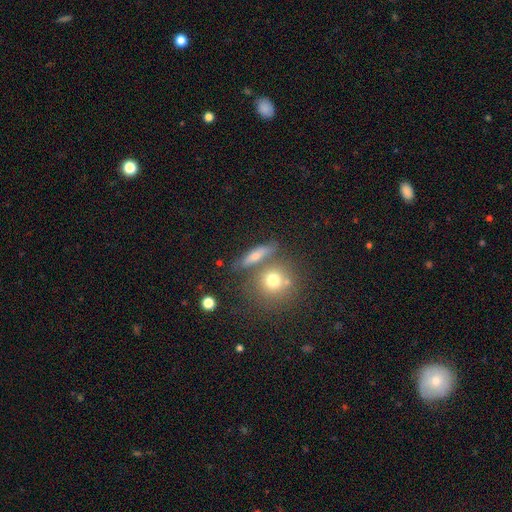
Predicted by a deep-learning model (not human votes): Overall: smooth (61%; featured or disk 27%). How rounded: cigar-shaped (43%; in between 30%). Merging: none (64%).